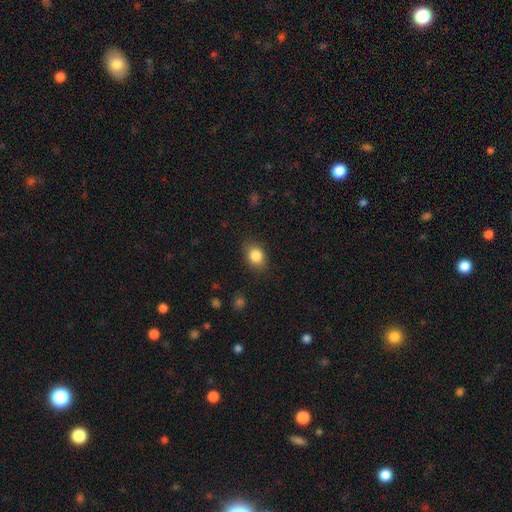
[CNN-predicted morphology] Smooth or featured: smooth — 85% (star or artifact — 9%)
How rounded: in between — 66% (round — 33%)
Merging: none — 83% (minor disturbance — 13%)